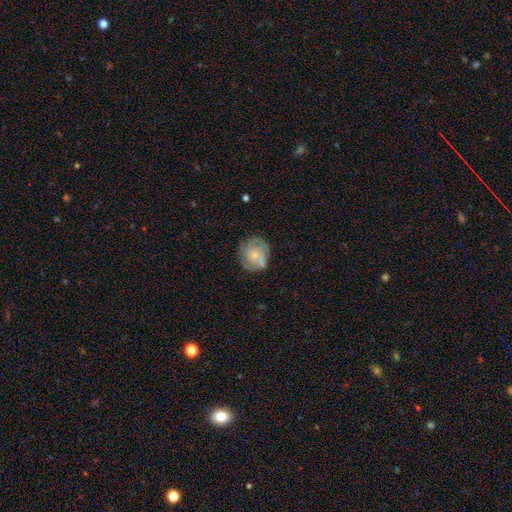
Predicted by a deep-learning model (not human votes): Morphology: type=featured or disk (54%); edge-on=no (98%); bar=no (80%); spiral arms=yes (76%); bulge=small (64%); merging=none (66%).